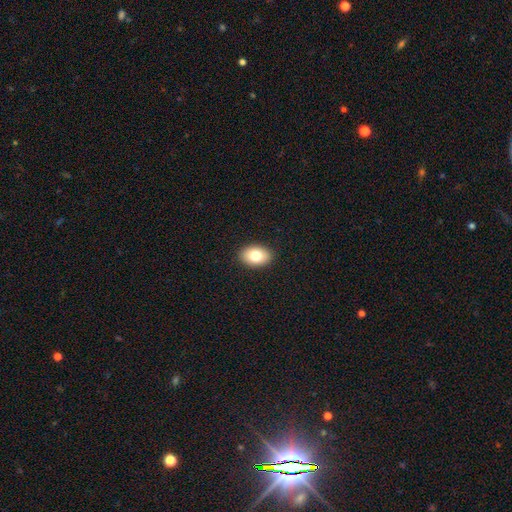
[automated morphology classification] Smooth or featured? Predicted: smooth (p=0.79). How rounded? Predicted: in between (p=0.86). Merging? Predicted: none (p=0.90).